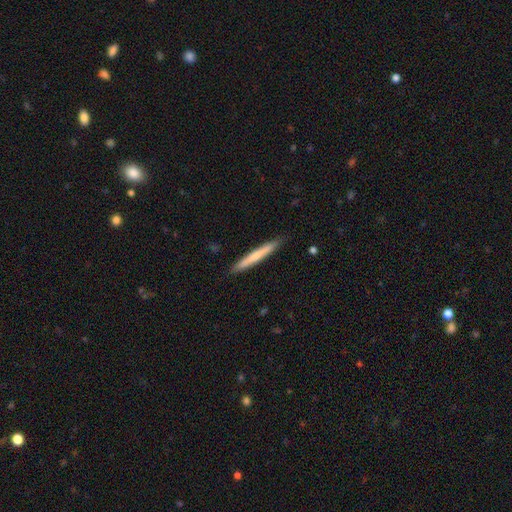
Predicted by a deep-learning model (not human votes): The model was most divided on "smooth or featured": smooth: 64%, featured or disk: 31%, star or artifact: 5%. More confident: how rounded — cigar-shaped (96%); merging — none (90%).